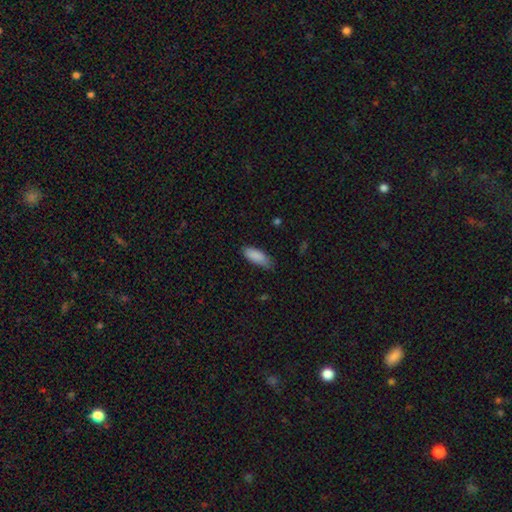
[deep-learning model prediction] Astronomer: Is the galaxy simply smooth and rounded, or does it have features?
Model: smooth — 89%.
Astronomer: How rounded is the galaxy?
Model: in between — 78%.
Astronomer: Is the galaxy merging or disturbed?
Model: none — 67%.